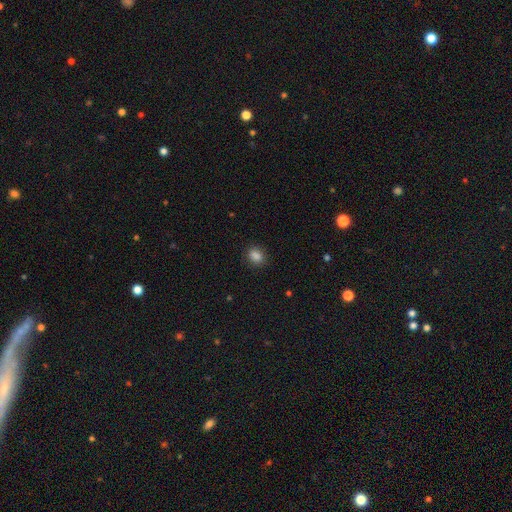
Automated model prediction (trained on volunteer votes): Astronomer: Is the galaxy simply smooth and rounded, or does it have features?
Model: smooth — 86%.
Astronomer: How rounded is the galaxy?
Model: in between — 55% (runner-up: round, 44%).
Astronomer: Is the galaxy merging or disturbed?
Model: none — 87%.